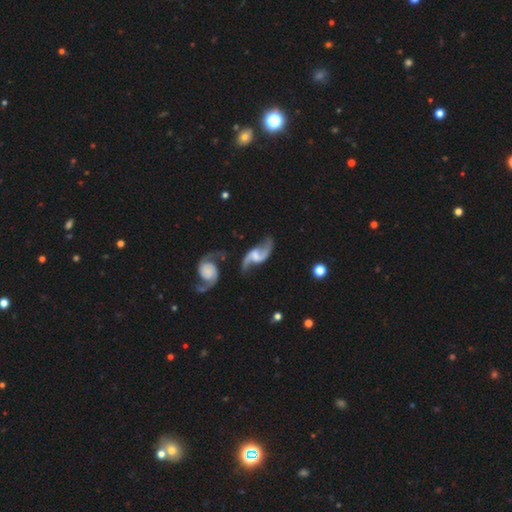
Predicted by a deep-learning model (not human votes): Smooth or featured? featured or disk (90%)
Edge-on disk? no (97%)
Bar? weak (49%)
Spiral arms? yes (97%)
Spiral winding? loose (73%)
Spiral arm count? 2 (93%)
Bulge size? small (33%)
Merging? none (63%)